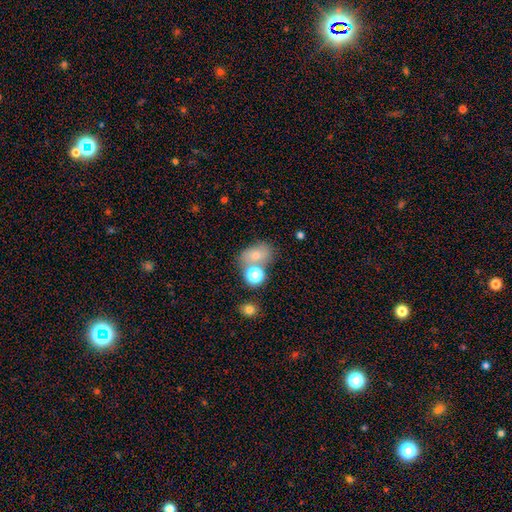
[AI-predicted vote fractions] Morphology: type=smooth (70%); roundness=in between (68%); merging=none (53%).